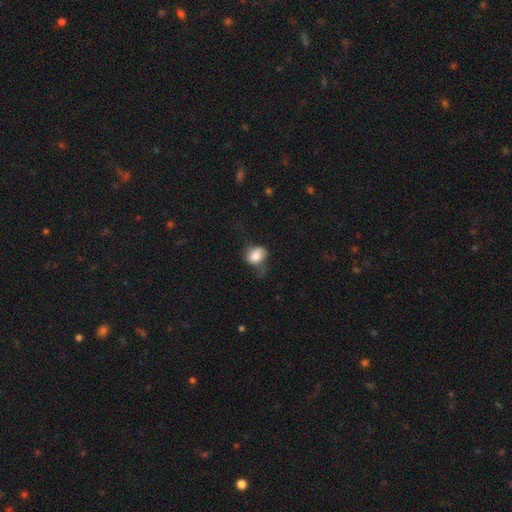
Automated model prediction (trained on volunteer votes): Morphology: type=smooth (74%); roundness=in between (55%); merging=none (37%).